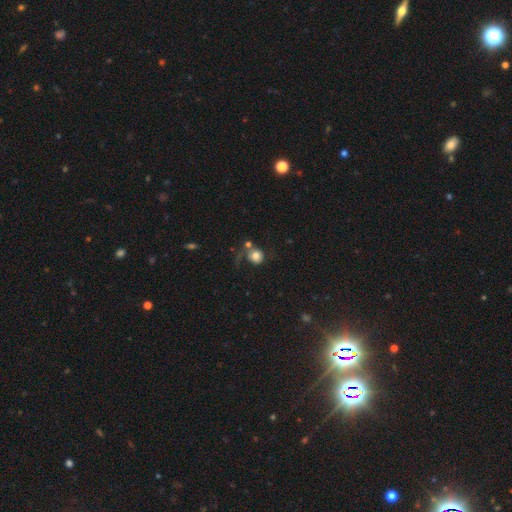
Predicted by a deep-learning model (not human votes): smooth-or-featured: smooth: 67% | featured or disk: 24% | star or artifact: 9%
  how-rounded: round: 80% | in between: 19% | cigar-shaped: 1%
  merging: none: 35% | major disturbance: 31% | merger: 19% | minor disturbance: 15%